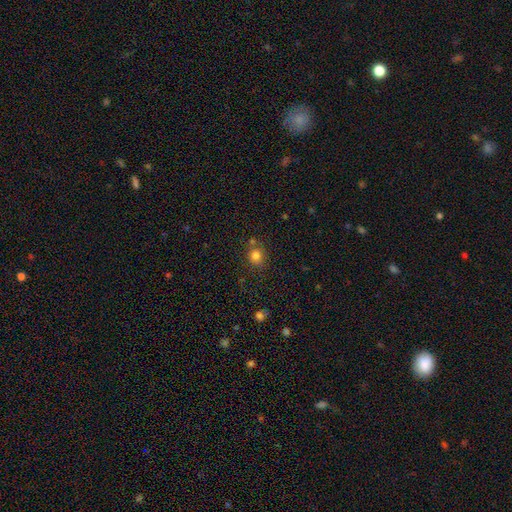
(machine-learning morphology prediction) A smooth galaxy with no disk features (80%) that is round (82%). Merging: none (72%).